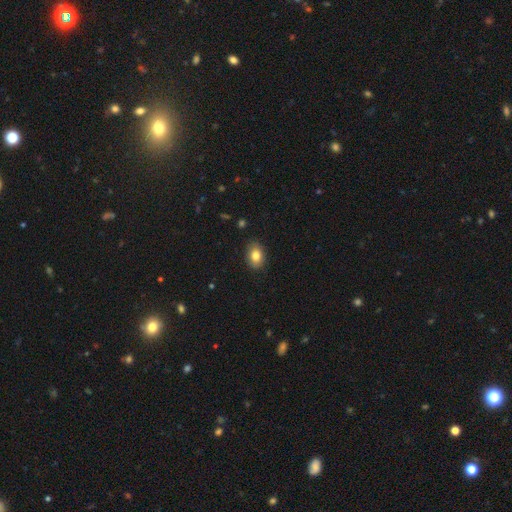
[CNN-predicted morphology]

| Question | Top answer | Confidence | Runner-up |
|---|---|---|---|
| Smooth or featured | smooth | 83% | featured or disk (9%) |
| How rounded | in between | 81% | round (18%) |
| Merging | none | 86% | minor disturbance (10%) |